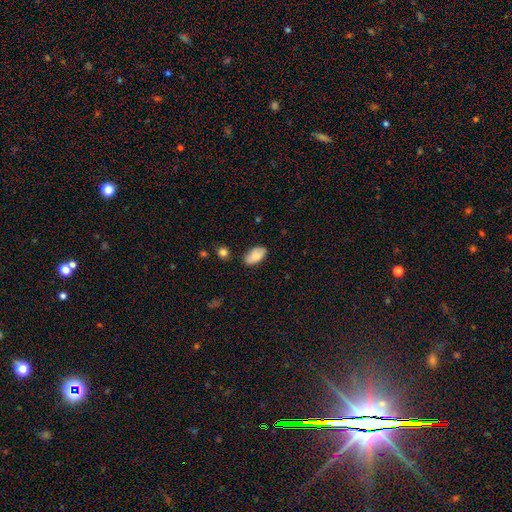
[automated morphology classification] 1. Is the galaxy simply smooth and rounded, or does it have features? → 80% smooth, 13% featured or disk, 7% star or artifact.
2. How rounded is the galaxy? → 95% in between, 3% round, 2% cigar-shaped.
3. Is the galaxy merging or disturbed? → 80% none, 15% minor disturbance, 3% major disturbance, 2% merger.